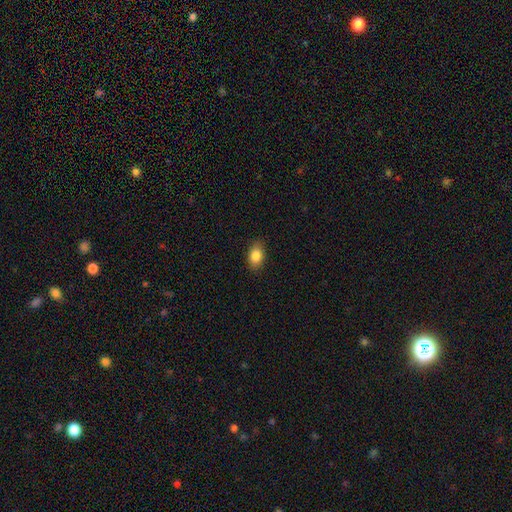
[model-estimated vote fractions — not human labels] Overall: smooth (84%). How rounded: in between (86%). Merging: none (88%).